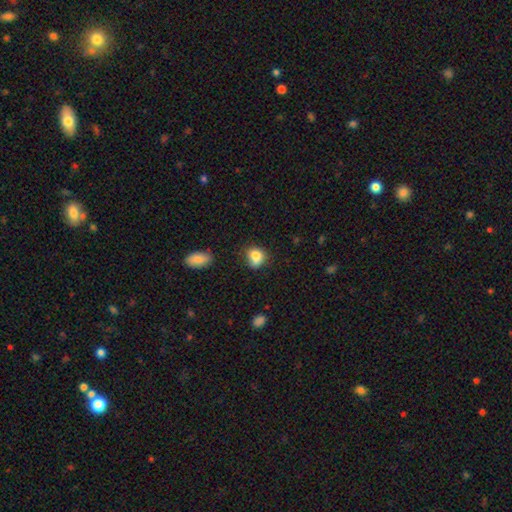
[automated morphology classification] smooth_or_featured: smooth (p=0.81) [alt: star or artifact p=0.10]
how_rounded: in between (p=0.51) [alt: round p=0.48]
merging: none (p=0.48) [alt: minor disturbance p=0.31]